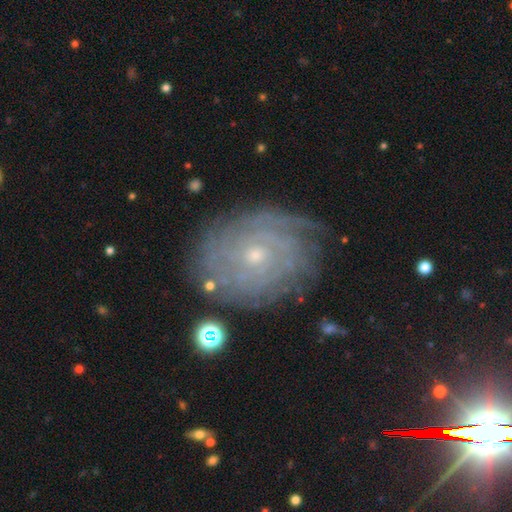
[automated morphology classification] smooth_or_featured: featured or disk (p=0.79) [alt: smooth p=0.12]
disk_edge_on: no (p=0.96) [alt: yes p=0.04]
bar: no (p=0.77) [alt: weak p=0.19]
has_spiral_arms: yes (p=0.93) [alt: no p=0.07]
spiral_winding: tight (p=0.81) [alt: medium p=0.15]
spiral_arm_count: can't tell (p=0.48) [alt: 4 p=0.13]
bulge_size: small (p=0.72) [alt: moderate p=0.25]
merging: none (p=0.76) [alt: minor disturbance p=0.16]